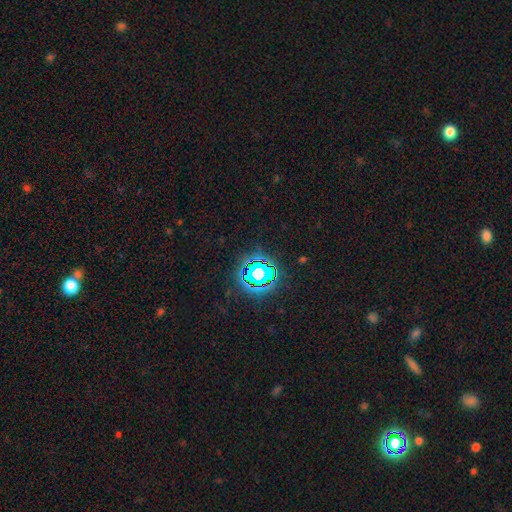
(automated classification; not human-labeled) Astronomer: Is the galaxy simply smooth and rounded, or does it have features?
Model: star or artifact — 81%.